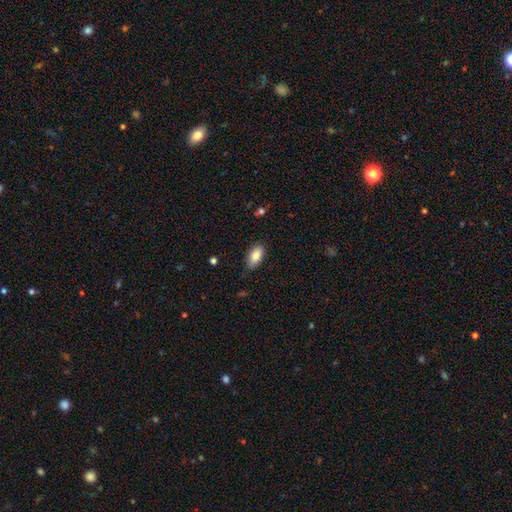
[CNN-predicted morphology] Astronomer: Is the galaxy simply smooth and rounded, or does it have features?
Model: smooth — 84%.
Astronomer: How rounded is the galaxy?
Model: in between — 92%.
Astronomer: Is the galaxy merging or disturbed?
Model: none — 81%.